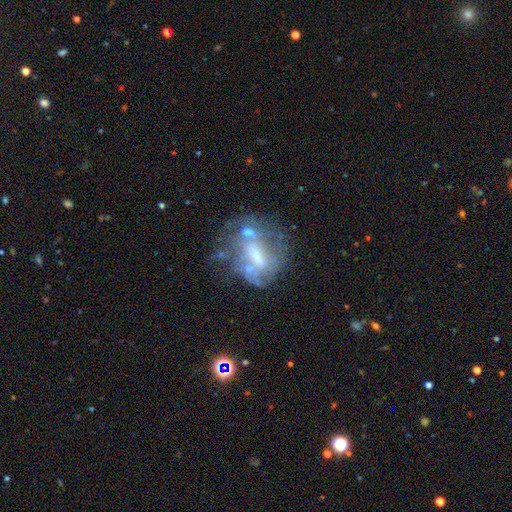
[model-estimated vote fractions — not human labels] A featured or disk galaxy (64%) with no bar (40%), no spiral arms (64%) and a moderate central bulge (40%). Merging: none (38%).